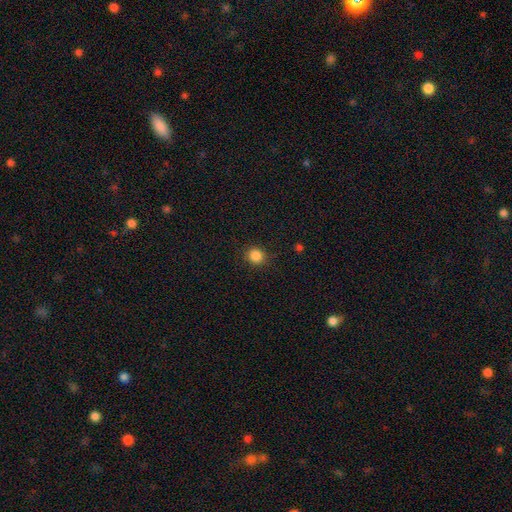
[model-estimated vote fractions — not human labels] A smooth galaxy with no disk features (86%) that is round (89%).

Vote fractions:
- Smooth or featured? smooth: 86% / star or artifact: 11% / featured or disk: 3%
- How rounded? round: 89% / in between: 10% / cigar-shaped: 1%
- Merging? none: 89% / minor disturbance: 8% / major disturbance: 3% / merger: 1%